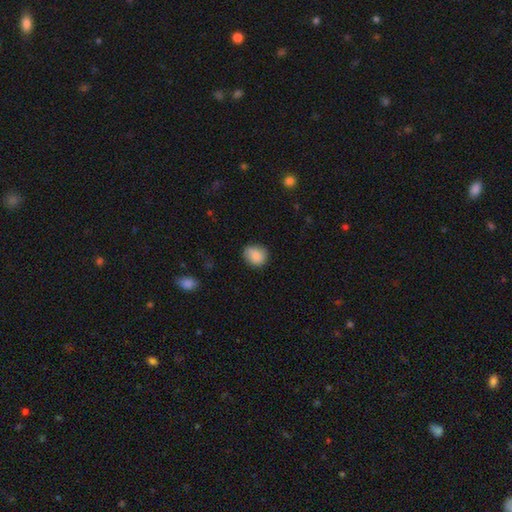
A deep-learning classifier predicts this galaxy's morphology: smooth-or-featured: smooth: 86% | star or artifact: 8% | featured or disk: 7%
  how-rounded: round: 69% | in between: 30% | cigar-shaped: 1%
  merging: none: 78% | minor disturbance: 18% | major disturbance: 3% | merger: 1%